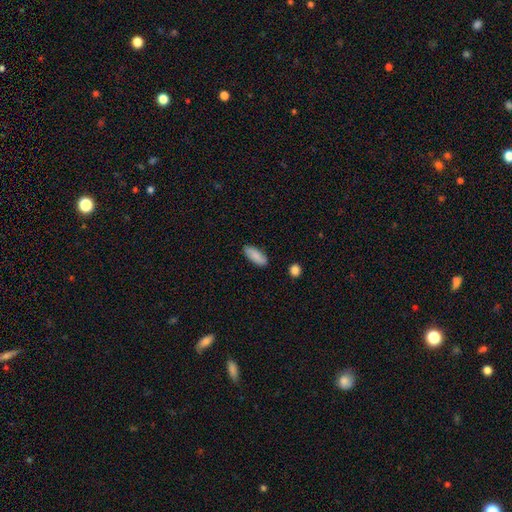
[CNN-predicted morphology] A smooth galaxy with no disk features (86%) that is in between round and cigar-shaped (80%).

Vote fractions:
- Smooth or featured? smooth: 86% / featured or disk: 8% / star or artifact: 6%
- How rounded? in between: 80% / cigar-shaped: 18% / round: 2%
- Merging? none: 86% / minor disturbance: 10% / major disturbance: 2% / merger: 2%